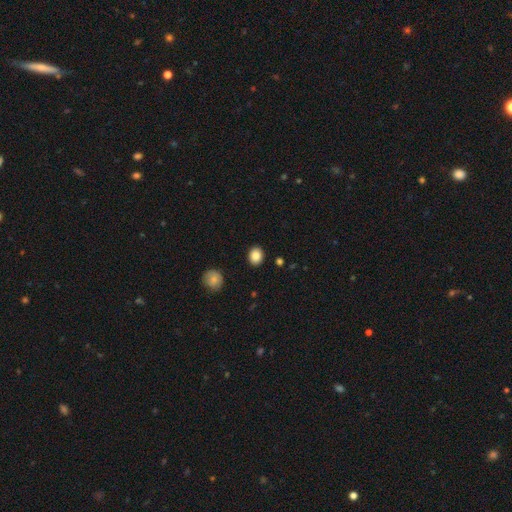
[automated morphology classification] Smooth or featured: smooth — 87% (star or artifact — 9%)
How rounded: round — 60% (in between — 39%)
Merging: none — 89% (minor disturbance — 7%)